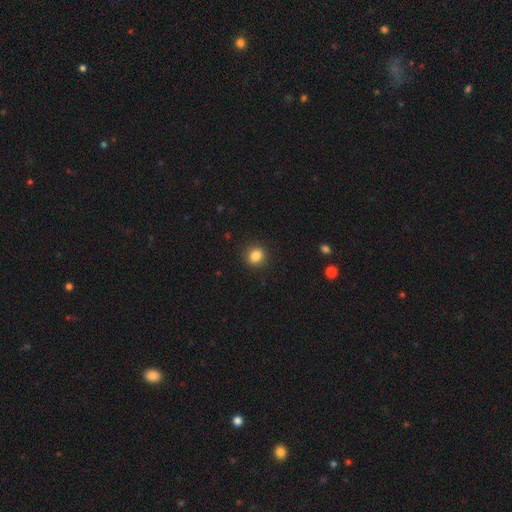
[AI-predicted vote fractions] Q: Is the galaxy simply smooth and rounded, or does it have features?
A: smooth — 85%.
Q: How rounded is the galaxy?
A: round — 76%.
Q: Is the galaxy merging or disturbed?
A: none — 90%.